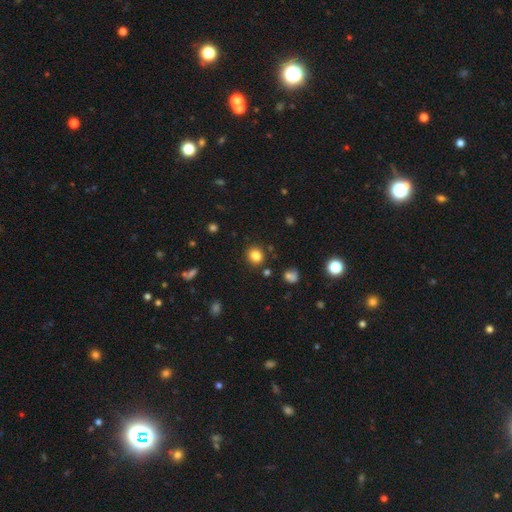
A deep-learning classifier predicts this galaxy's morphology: A smooth galaxy with no disk features (83%) that is round (81%). Merging: none (87%).